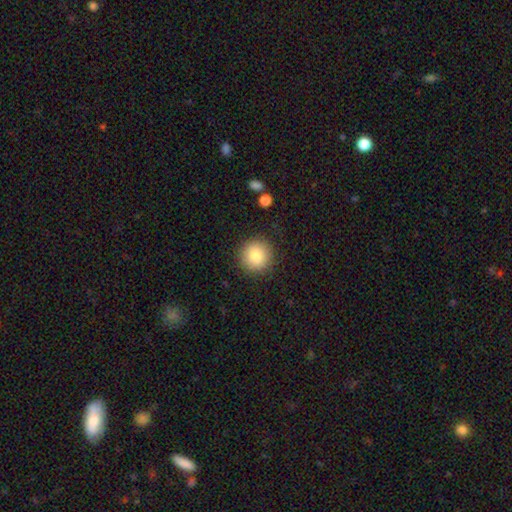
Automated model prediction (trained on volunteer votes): Overall: smooth (83%). How rounded: round (95%). Merging: none (89%).